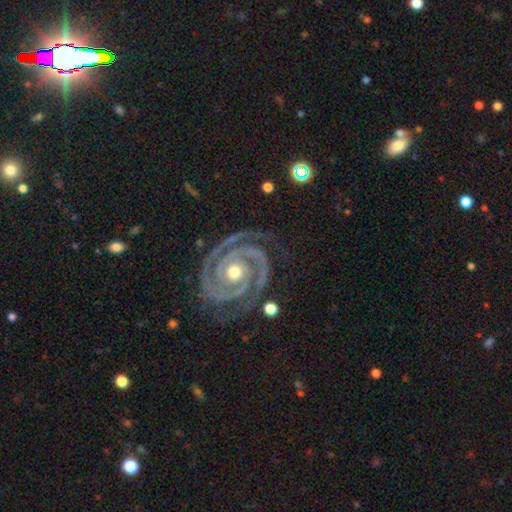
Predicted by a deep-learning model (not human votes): Smooth or featured?
  - featured or disk: 94% *
  - star or artifact: 4%
  - smooth: 2%
Edge-on disk?
  - no: 98% *
  - yes: 2%
Bar?
  - no: 70% *
  - weak: 16%
  - strong: 14%
Spiral arms?
  - yes: 99% *
  - no: 1%
Spiral winding?
  - tight: 83% *
  - medium: 16%
  - loose: 2%
Spiral arm count?
  - 2: 84% *
  - 3: 9%
  - can't tell: 2%
  - 4: 2%
  - more than 4: 2%
  - 1: 2%
Bulge size?
  - moderate: 66% *
  - small: 30%
  - large: 2%
  - none: 1%
  - dominant: 1%
Merging?
  - none: 81% *
  - minor disturbance: 13%
  - major disturbance: 4%
  - merger: 2%